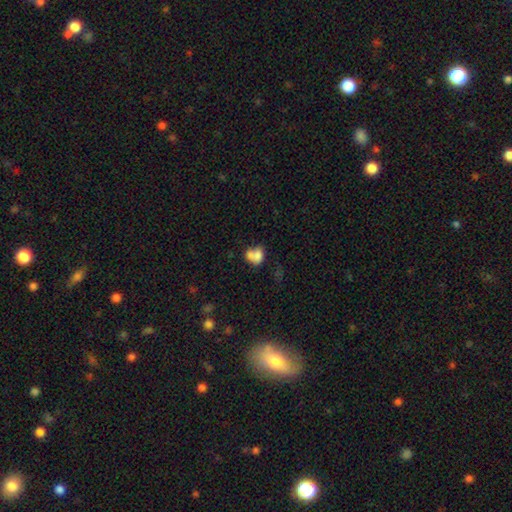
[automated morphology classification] smooth_or_featured: smooth (p=0.70) [alt: featured or disk p=0.19]
how_rounded: in between (p=0.62) [alt: round p=0.36]
merging: merger (p=0.64) [alt: none p=0.20]